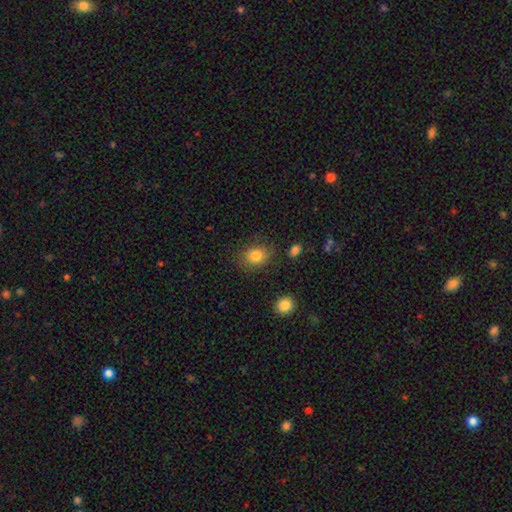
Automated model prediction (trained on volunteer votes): This appears to be a smooth galaxy with no disk features (83%) that is round (50%). Merging: none (79%).